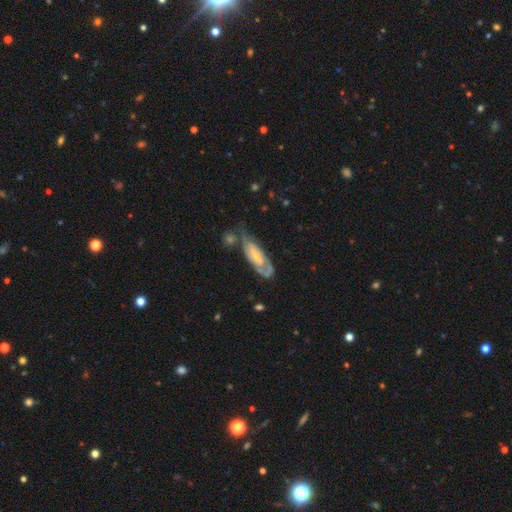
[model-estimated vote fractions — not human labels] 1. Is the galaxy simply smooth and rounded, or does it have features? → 64% featured or disk, 29% smooth, 7% star or artifact.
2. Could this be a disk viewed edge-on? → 82% no, 18% yes.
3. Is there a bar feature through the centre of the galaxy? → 57% no, 33% weak, 10% strong.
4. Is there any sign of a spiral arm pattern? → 77% yes, 23% no.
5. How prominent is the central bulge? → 56% small, 32% moderate, 8% none, 3% large, 1% dominant.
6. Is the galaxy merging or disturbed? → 47% none, 25% minor disturbance, 14% merger, 14% major disturbance.